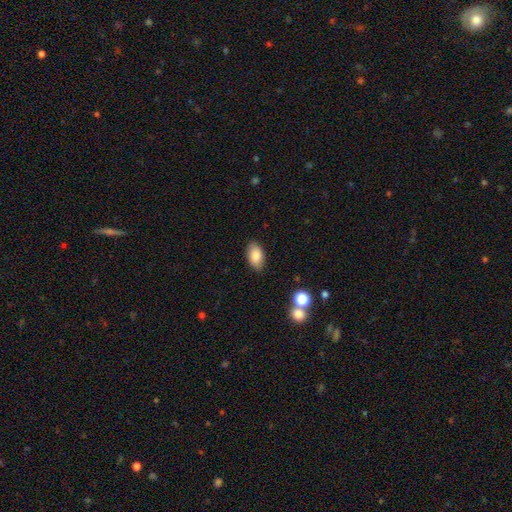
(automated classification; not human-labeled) Smooth or featured: smooth — 85% (featured or disk — 8%)
How rounded: in between — 93% (round — 5%)
Merging: none — 86% (minor disturbance — 10%)